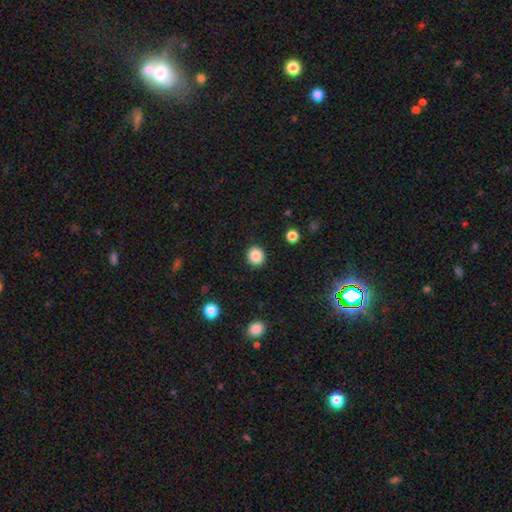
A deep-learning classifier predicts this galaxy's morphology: Overall: smooth (87%). How rounded: round (87%). Merging: none (91%).